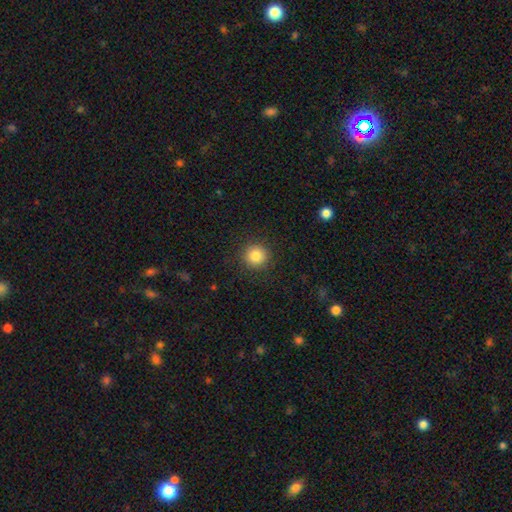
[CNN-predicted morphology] type=smooth (84%); roundness=round (94%); merging=none (90%).